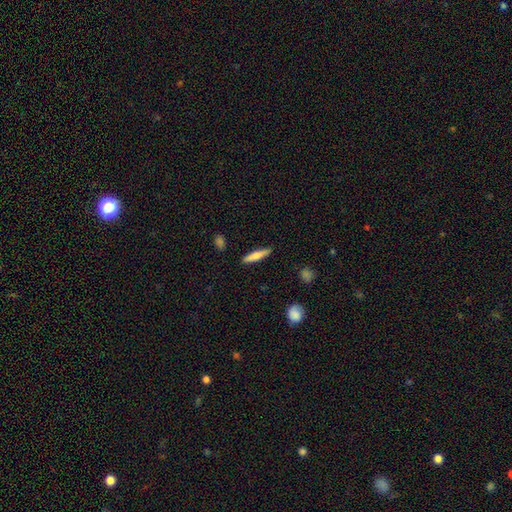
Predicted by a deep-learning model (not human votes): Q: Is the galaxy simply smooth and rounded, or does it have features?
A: smooth — 66%.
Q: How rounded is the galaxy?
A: cigar-shaped — 84%.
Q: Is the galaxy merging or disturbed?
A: none — 88%.